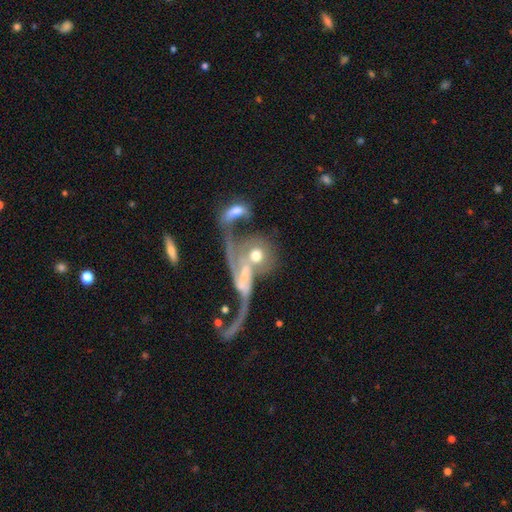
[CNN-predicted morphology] Smooth or featured?
  - featured or disk: 48% *
  - smooth: 40%
  - star or artifact: 11%
Merging?
  - merger: 61% *
  - major disturbance: 18%
  - none: 14%
  - minor disturbance: 7%